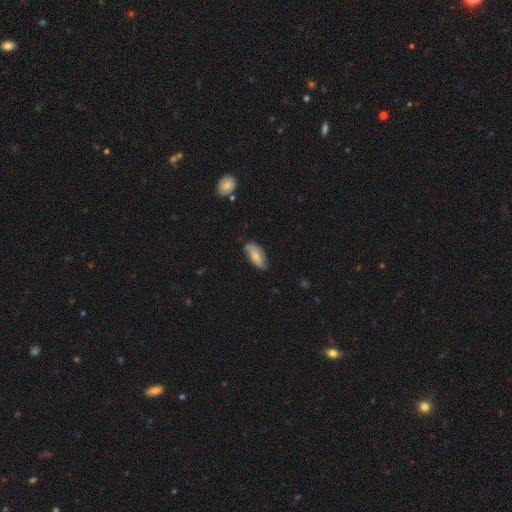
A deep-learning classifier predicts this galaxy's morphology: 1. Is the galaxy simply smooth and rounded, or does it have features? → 62% smooth, 32% featured or disk, 7% star or artifact.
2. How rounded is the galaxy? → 85% in between, 13% cigar-shaped, 2% round.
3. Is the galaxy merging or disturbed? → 62% none, 30% minor disturbance, 6% major disturbance, 2% merger.